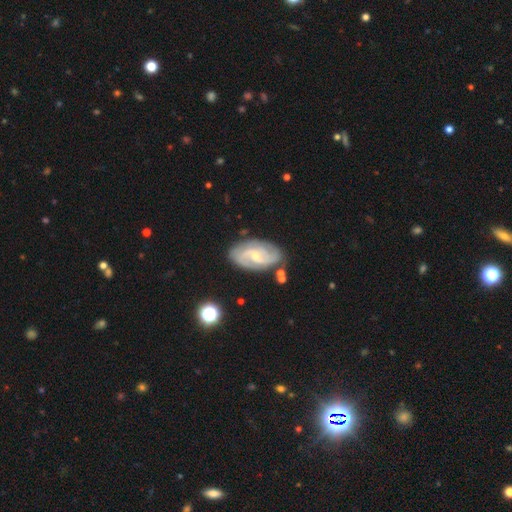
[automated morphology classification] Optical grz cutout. It shows a featured or disk galaxy (83%) with a weak bar (51%), 2 (65%) medium (45%) spiral arms (96%) and a small central bulge (62%). Merging: none (77%).